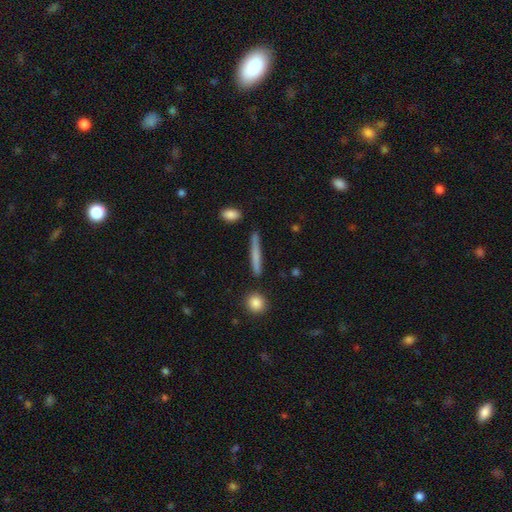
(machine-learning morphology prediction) A smooth galaxy with no disk features (67%) that is cigar-shaped (94%). Merging: none (85%).